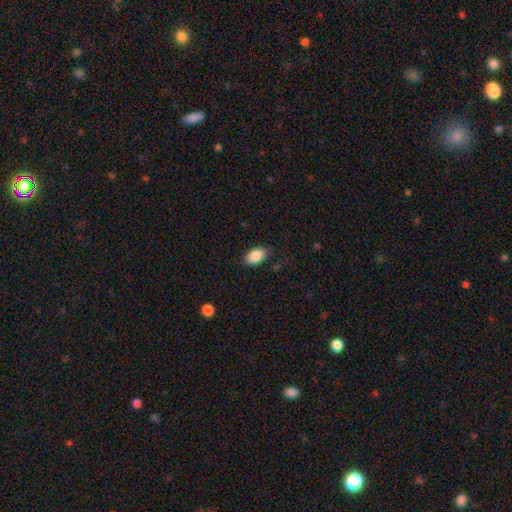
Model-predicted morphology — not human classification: smooth 87%, star or artifact 7%, featured or disk 6%. Down the decision tree: how rounded — in between (91%); merging — none (82%).